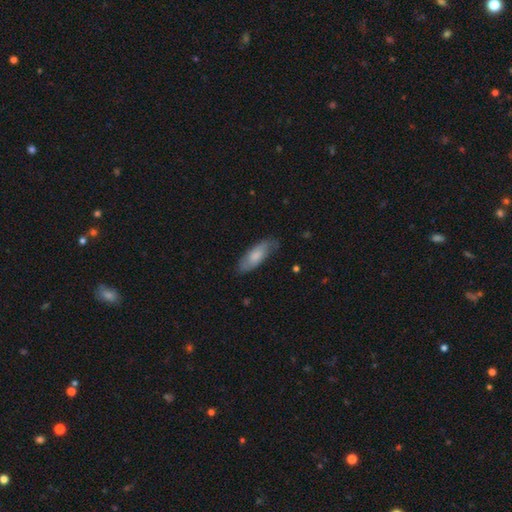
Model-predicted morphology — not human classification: Smooth or featured: smooth — 68% (featured or disk — 26%)
How rounded: in between — 67% (cigar-shaped — 31%)
Merging: none — 74% (minor disturbance — 20%)